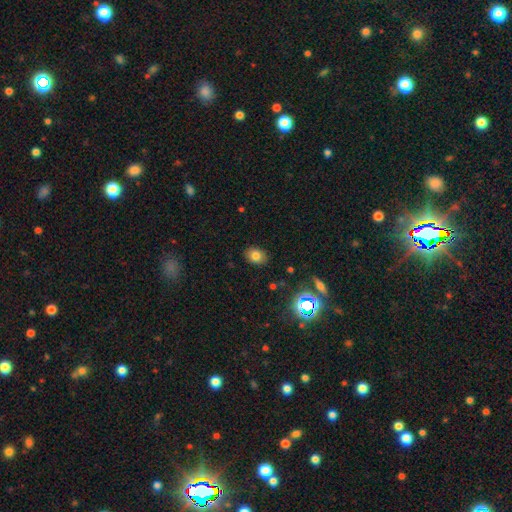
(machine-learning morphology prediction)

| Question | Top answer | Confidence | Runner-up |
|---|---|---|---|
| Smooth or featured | smooth | 75% | star or artifact (15%) |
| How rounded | in between | 61% | round (38%) |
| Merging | none | 87% | minor disturbance (9%) |